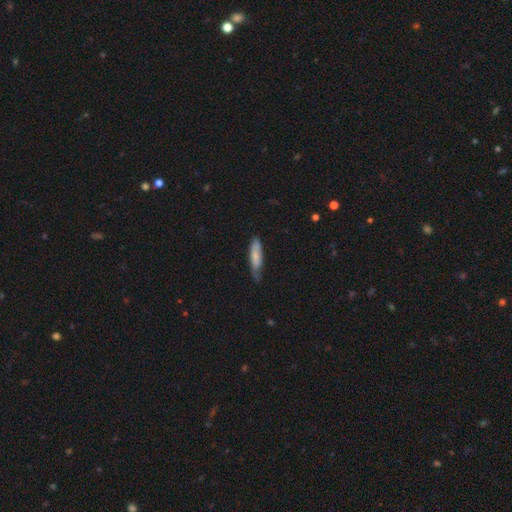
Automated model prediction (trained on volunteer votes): Smooth or featured?
  - smooth: 72% *
  - featured or disk: 23%
  - star or artifact: 6%
How rounded?
  - cigar-shaped: 72% *
  - in between: 26%
  - round: 1%
Merging?
  - none: 61% *
  - minor disturbance: 31%
  - major disturbance: 6%
  - merger: 2%